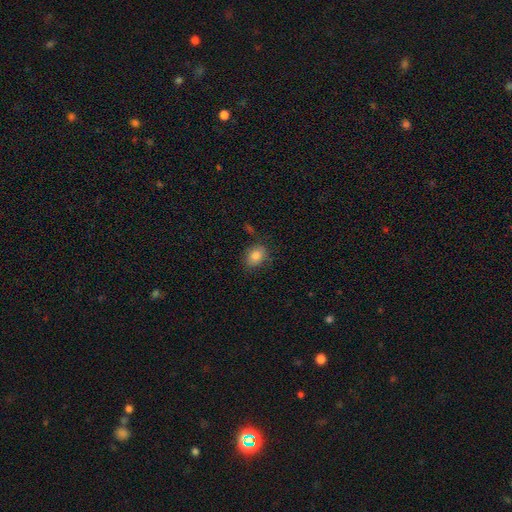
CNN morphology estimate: A smooth galaxy with no disk features (85%) that is in between round and cigar-shaped (65%). Merging: none (79%).